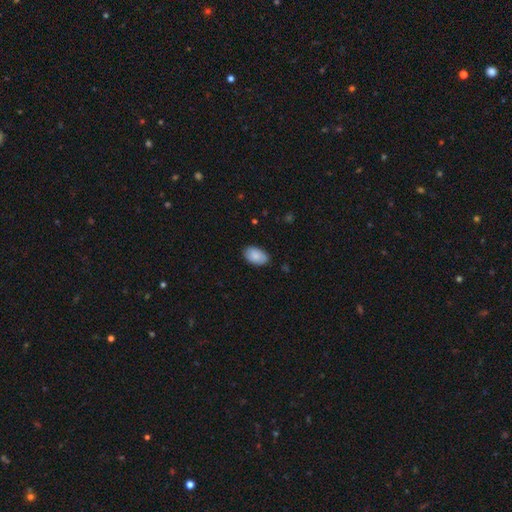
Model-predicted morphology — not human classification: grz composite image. It shows a smooth galaxy with no disk features (84%) that is in between round and cigar-shaped (93%). Merging: none (82%).